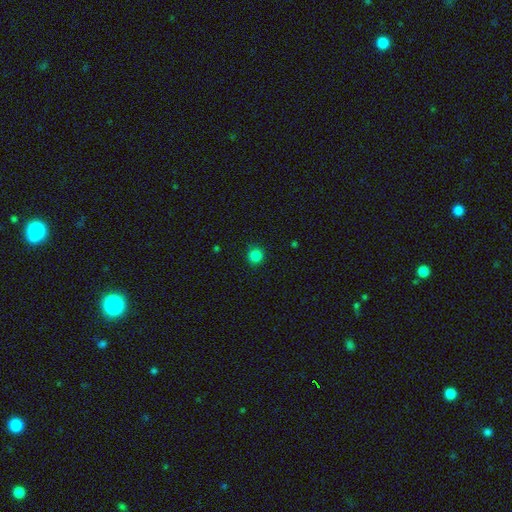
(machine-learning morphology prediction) smooth-or-featured: smooth: 84% | star or artifact: 13% | featured or disk: 3%
  how-rounded: round: 93% | in between: 6% | cigar-shaped: 1%
  merging: none: 89% | minor disturbance: 8% | major disturbance: 2% | merger: 1%